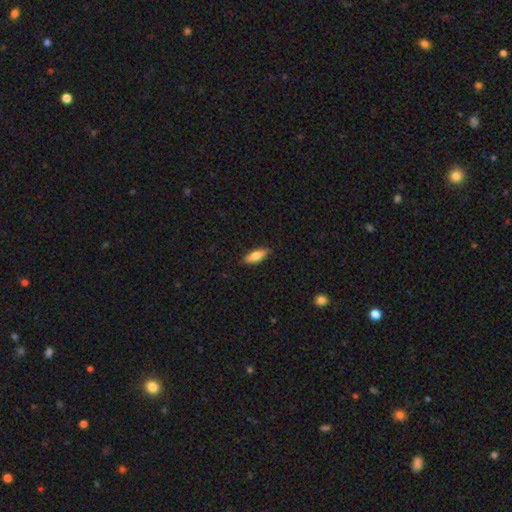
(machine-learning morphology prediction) This appears to be a smooth galaxy with no disk features (75%) that is in between round and cigar-shaped (66%). Merging: none (89%).